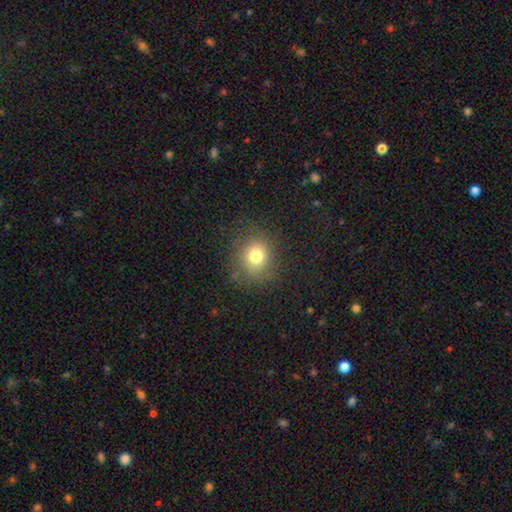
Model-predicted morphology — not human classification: The model was most divided on "smooth or featured": smooth: 75%, star or artifact: 15%, featured or disk: 10%. More confident: merging — none (83%); how rounded — round (82%).